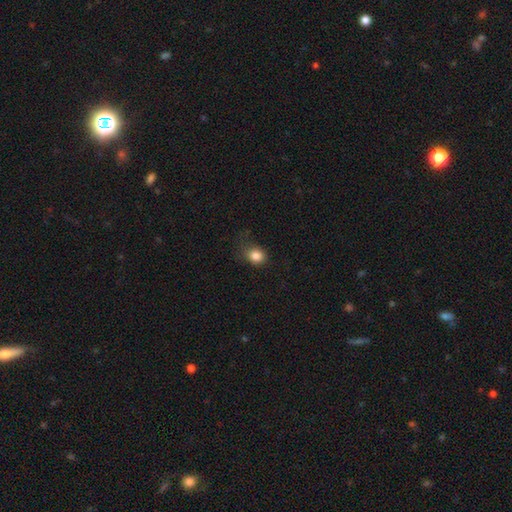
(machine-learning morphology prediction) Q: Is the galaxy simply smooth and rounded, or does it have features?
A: smooth — 84%.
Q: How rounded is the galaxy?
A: round — 61%.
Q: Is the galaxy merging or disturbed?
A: none — 62%.